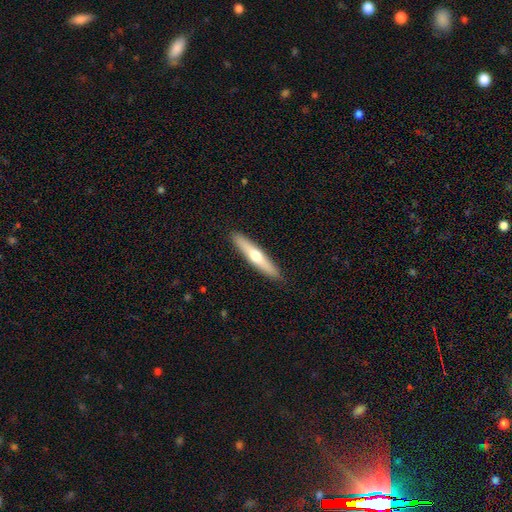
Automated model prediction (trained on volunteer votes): Smooth or featured?
  - smooth: 48% *
  - featured or disk: 47%
  - star or artifact: 5%
Merging?
  - none: 90% *
  - minor disturbance: 7%
  - major disturbance: 2%
  - merger: 1%